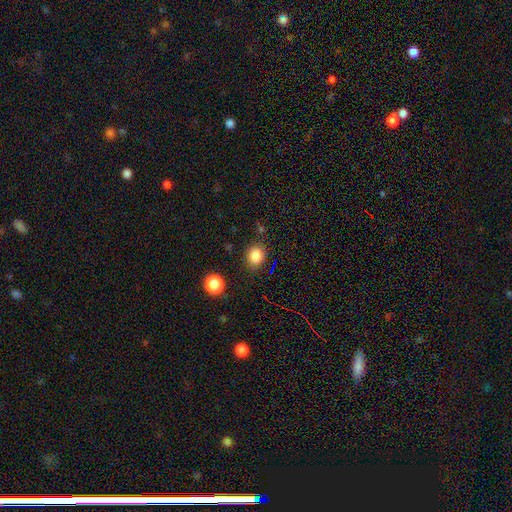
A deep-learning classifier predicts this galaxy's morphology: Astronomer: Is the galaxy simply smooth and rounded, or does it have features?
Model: smooth — 83%.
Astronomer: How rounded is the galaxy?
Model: round — 61% (runner-up: in between, 38%).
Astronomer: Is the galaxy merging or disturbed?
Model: none — 82%.